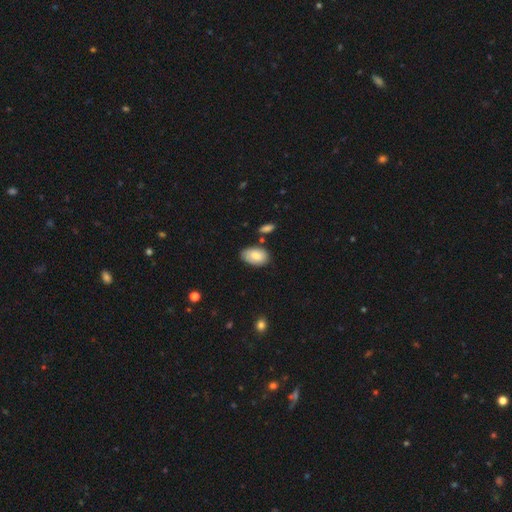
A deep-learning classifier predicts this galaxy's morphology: A smooth galaxy with no disk features (82%) that is in between round and cigar-shaped (93%). Merging: none (74%).